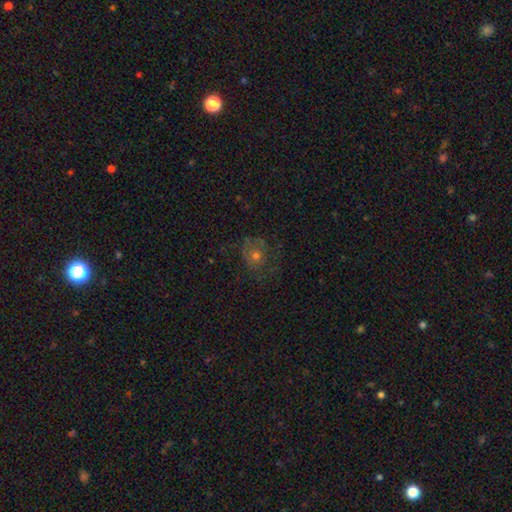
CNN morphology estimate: A smooth galaxy with no disk features (42%). Merging: none (61%).